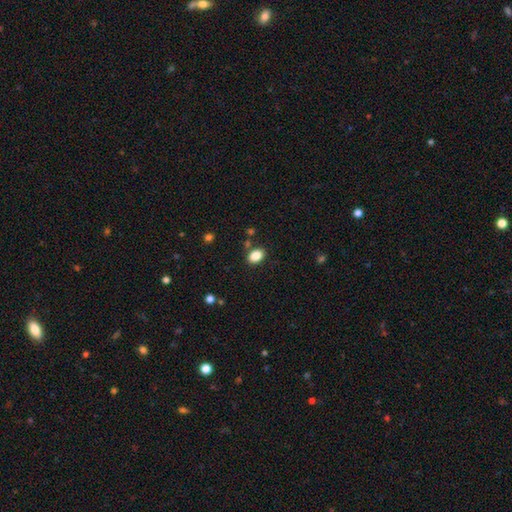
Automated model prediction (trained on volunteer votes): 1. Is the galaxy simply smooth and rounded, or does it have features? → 86% smooth, 9% star or artifact, 5% featured or disk.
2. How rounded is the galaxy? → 84% in between, 15% round, 1% cigar-shaped.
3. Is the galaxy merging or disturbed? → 83% none, 10% minor disturbance, 4% merger, 3% major disturbance.